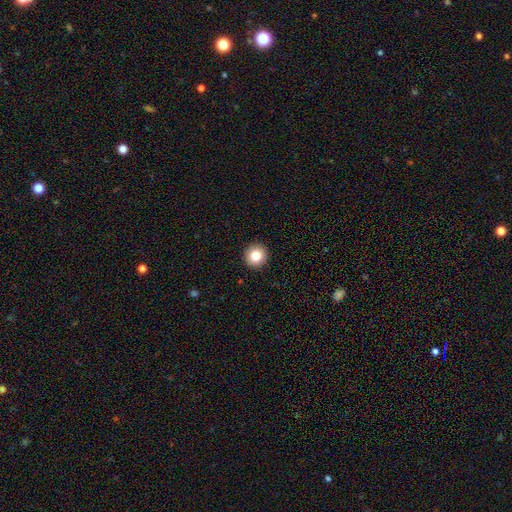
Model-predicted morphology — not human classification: Smooth or featured? Predicted: smooth (p=0.83). How rounded? Predicted: round (p=0.94). Merging? Predicted: none (p=0.93).